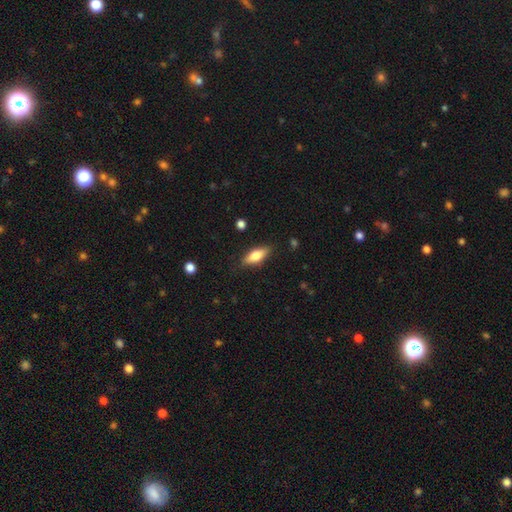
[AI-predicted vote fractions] Smooth or featured? Predicted: smooth (p=0.71). How rounded? Predicted: in between (p=0.69). Merging? Predicted: none (p=0.84).